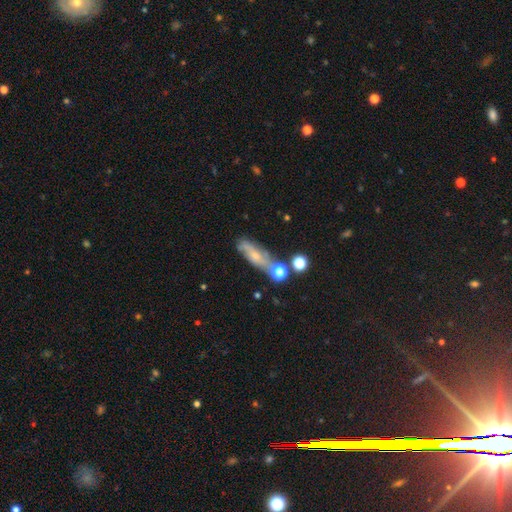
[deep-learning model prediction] This is possibly a featured or disk galaxy (45%). Merging: possibly none (51%).